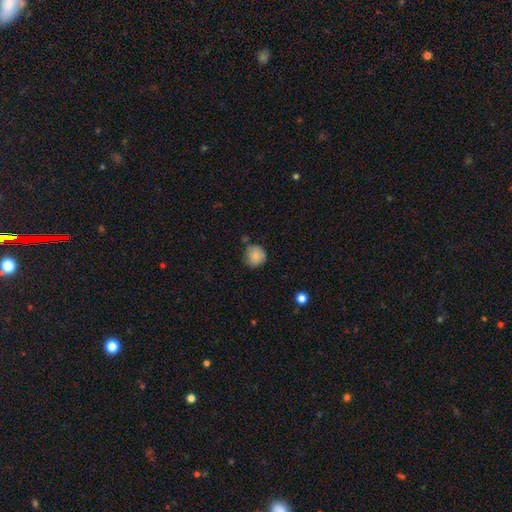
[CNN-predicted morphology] smooth-or-featured: smooth: 81% | featured or disk: 10% | star or artifact: 9%
  how-rounded: round: 91% | in between: 8% | cigar-shaped: 1%
  merging: none: 70% | minor disturbance: 23% | merger: 4% | major disturbance: 4%